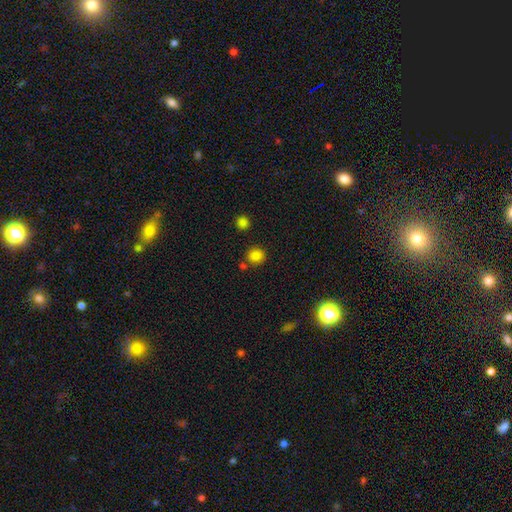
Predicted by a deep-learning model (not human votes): smooth 84%, star or artifact 12%, featured or disk 4%. Down the decision tree: how rounded — round (87%); merging — none (76%).